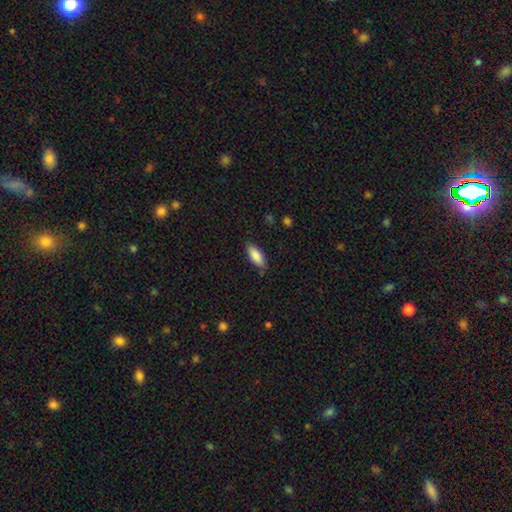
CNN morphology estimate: Overall: smooth (87%). How rounded: in between (78%). Merging: none (81%).